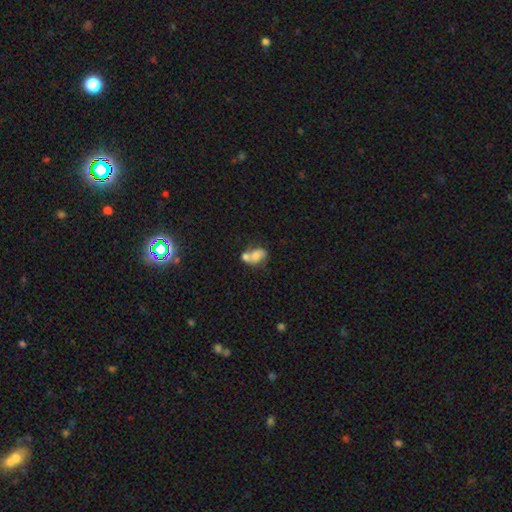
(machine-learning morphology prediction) Smooth or featured?
  - smooth: 57% *
  - featured or disk: 33%
  - star or artifact: 10%
How rounded?
  - in between: 77% *
  - round: 21%
  - cigar-shaped: 2%
Merging?
  - merger: 56% *
  - none: 23%
  - minor disturbance: 13%
  - major disturbance: 8%